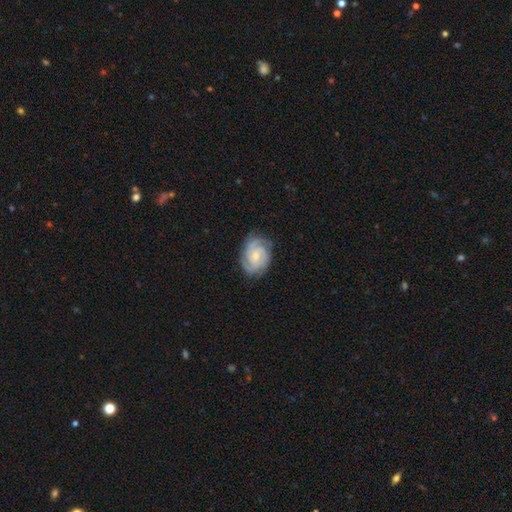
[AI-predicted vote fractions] A featured or disk galaxy (87%) with no bar (59%), 3 (41%) tight (67%) spiral arms (98%) and a small central bulge (63%). Merging: none (79%).